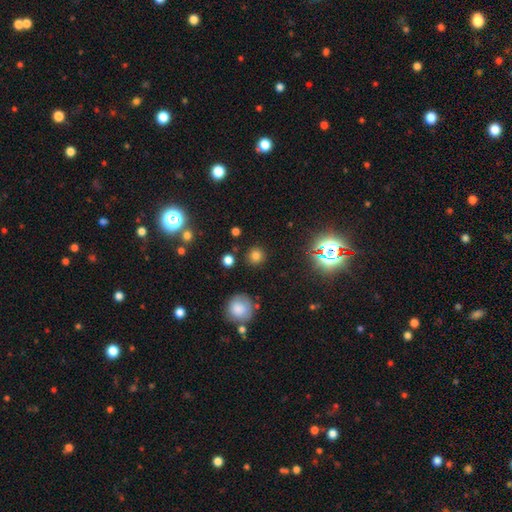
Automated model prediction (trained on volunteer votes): Smooth or featured? smooth (73%)
How rounded? round (93%)
Merging? none (88%)